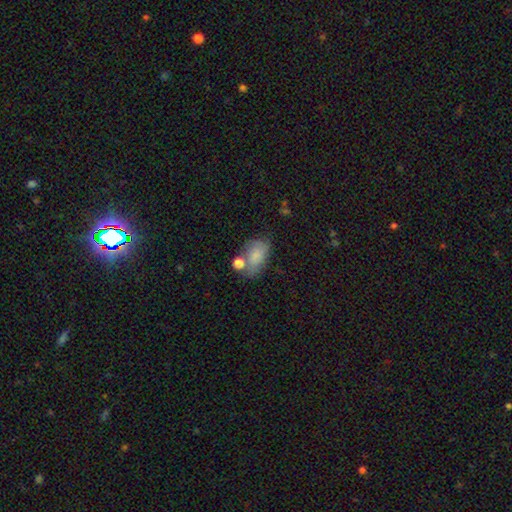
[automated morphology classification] smooth 75%, featured or disk 16%, star or artifact 9%. Down the decision tree: how rounded — in between (86%); merging — none (42%).